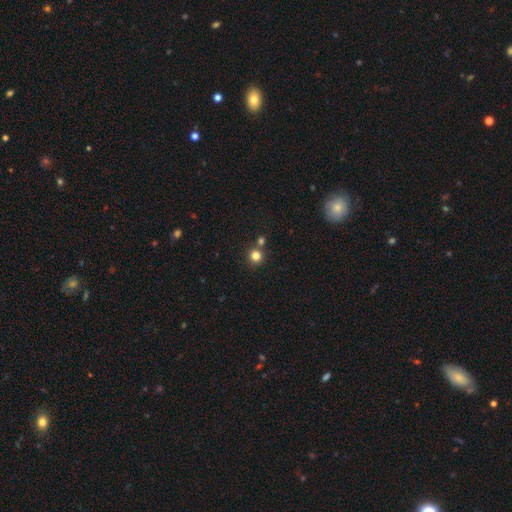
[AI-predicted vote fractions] Smooth or featured?
  - smooth: 81% *
  - star or artifact: 14%
  - featured or disk: 6%
How rounded?
  - round: 92% *
  - in between: 7%
  - cigar-shaped: 1%
Merging?
  - none: 72% *
  - merger: 18%
  - minor disturbance: 7%
  - major disturbance: 2%